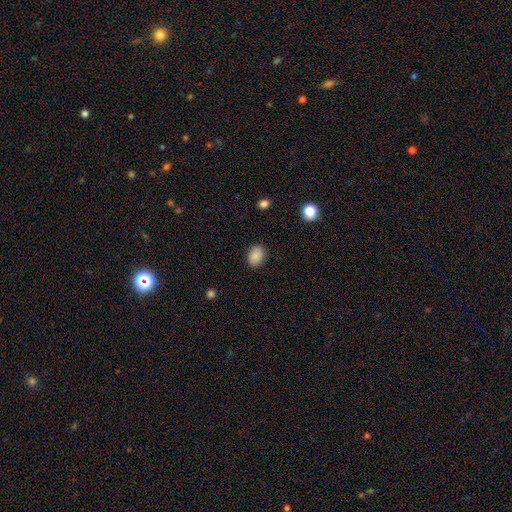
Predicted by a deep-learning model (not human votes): Smooth or featured?
  - smooth: 87% *
  - star or artifact: 9%
  - featured or disk: 4%
How rounded?
  - in between: 64% *
  - round: 35%
  - cigar-shaped: 1%
Merging?
  - none: 86% *
  - minor disturbance: 11%
  - major disturbance: 3%
  - merger: 1%